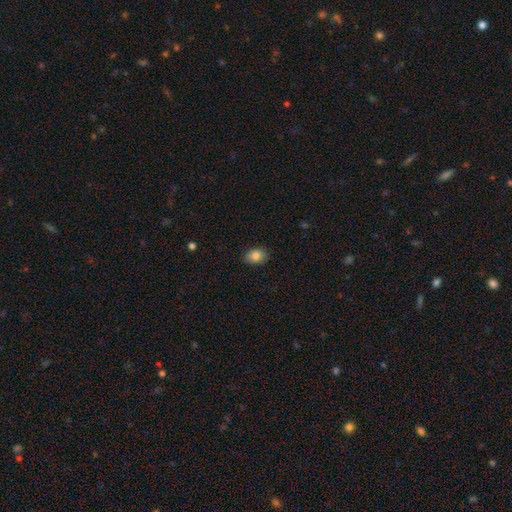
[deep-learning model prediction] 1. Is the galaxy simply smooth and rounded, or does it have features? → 83% smooth, 9% star or artifact, 8% featured or disk.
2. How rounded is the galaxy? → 78% in between, 21% round, 1% cigar-shaped.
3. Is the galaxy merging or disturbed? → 86% none, 11% minor disturbance, 2% major disturbance, 1% merger.